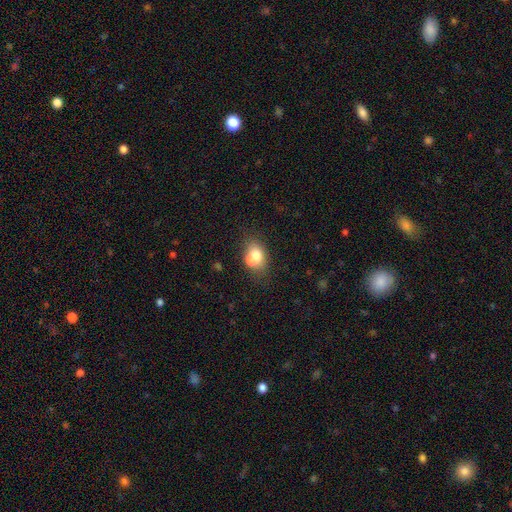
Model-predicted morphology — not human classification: Smooth or featured: smooth — 67% (featured or disk — 23%)
How rounded: in between — 63% (round — 36%)
Merging: merger — 47% (none — 38%)